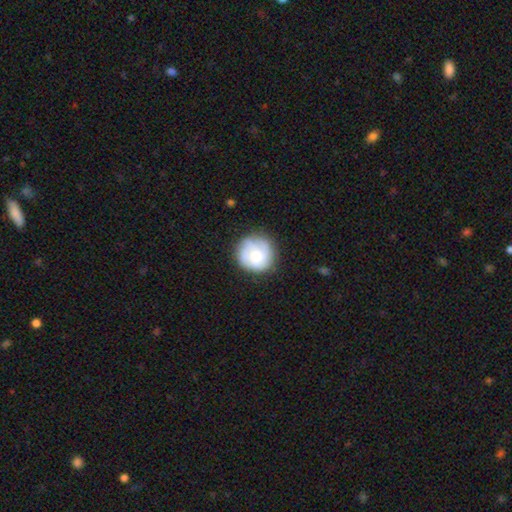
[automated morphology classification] This appears to be a smooth galaxy with no disk features (51%) that is round (91%). Merging: none (75%).